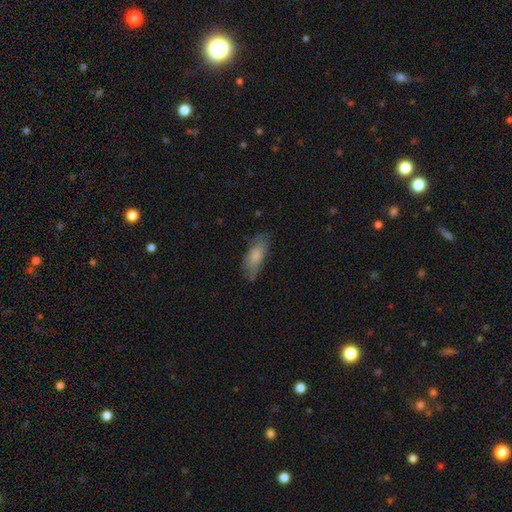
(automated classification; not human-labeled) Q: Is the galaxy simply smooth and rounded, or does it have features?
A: smooth — 74%.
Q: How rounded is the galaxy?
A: in between — 76%.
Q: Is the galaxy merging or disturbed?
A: none — 58%.